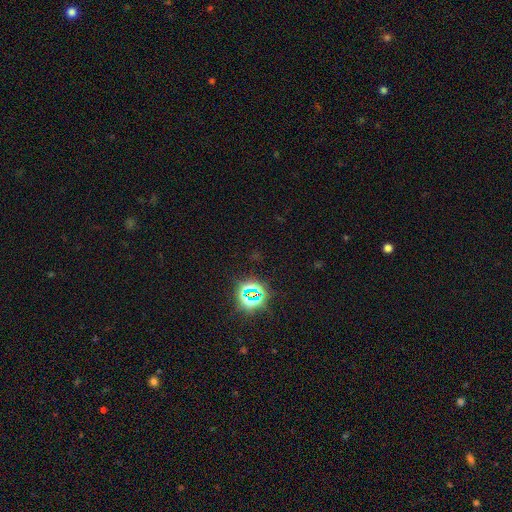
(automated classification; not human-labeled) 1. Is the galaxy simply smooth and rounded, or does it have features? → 74% star or artifact, 18% smooth, 8% featured or disk.